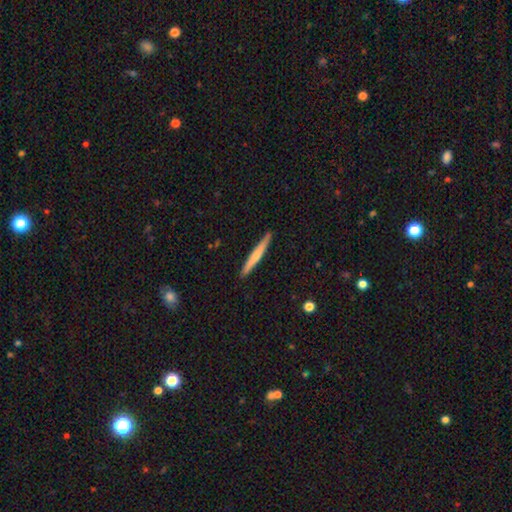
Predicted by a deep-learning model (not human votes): smooth 55%, featured or disk 40%, star or artifact 5%. Down the decision tree: how rounded — cigar-shaped (96%); merging — none (90%).